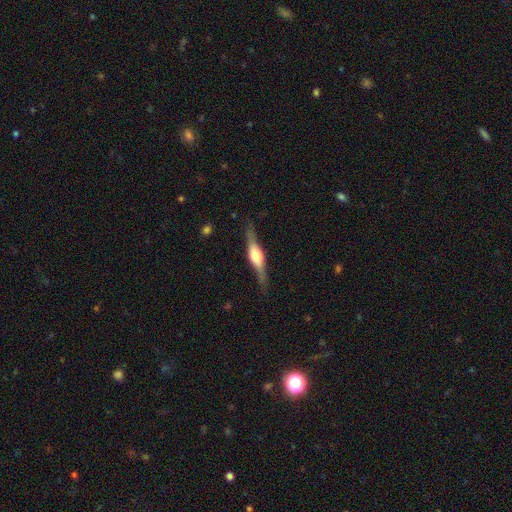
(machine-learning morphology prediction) Smooth or featured?
  - featured or disk: 73% *
  - smooth: 21%
  - star or artifact: 5%
Edge-on disk?
  - yes: 96% *
  - no: 4%
Edge-on bulge?
  - rounded: 83% *
  - boxy: 14%
  - none: 3%
Merging?
  - none: 83% *
  - minor disturbance: 12%
  - major disturbance: 4%
  - merger: 1%